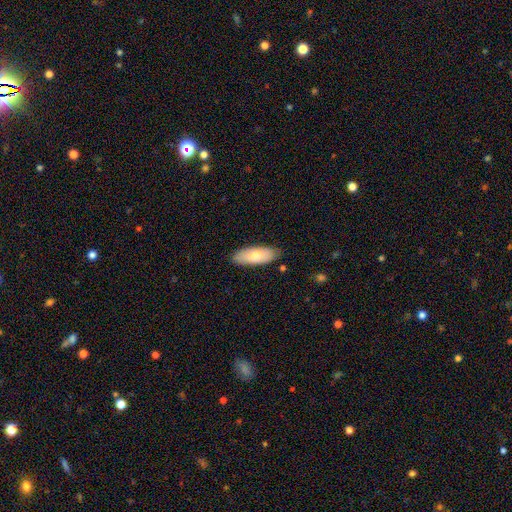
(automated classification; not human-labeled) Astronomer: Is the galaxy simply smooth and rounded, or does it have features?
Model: smooth — 75%.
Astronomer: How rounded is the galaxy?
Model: in between — 77%.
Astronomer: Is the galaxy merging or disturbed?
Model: none — 84%.